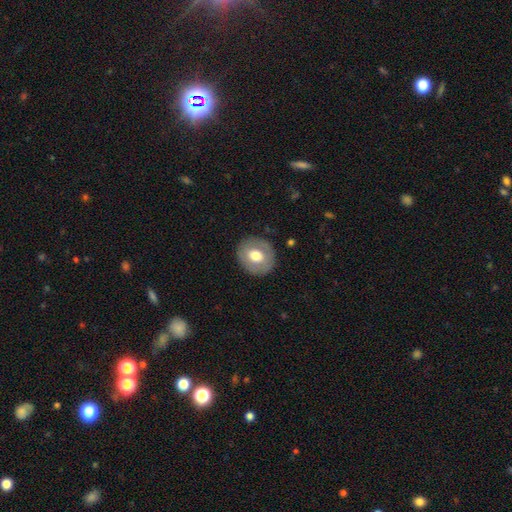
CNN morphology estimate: smooth-or-featured: smooth: 60% | featured or disk: 33% | star or artifact: 7%
  how-rounded: round: 77% | in between: 22% | cigar-shaped: 1%
  merging: none: 85% | minor disturbance: 10% | major disturbance: 4% | merger: 1%